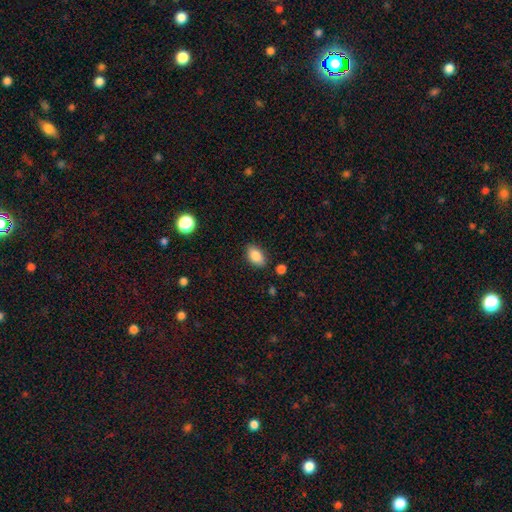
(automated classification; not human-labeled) A smooth galaxy with no disk features (85%) that is in between round and cigar-shaped (90%). Merging: none (85%).